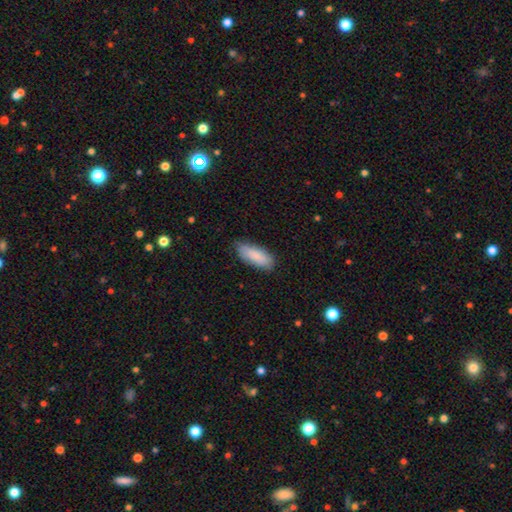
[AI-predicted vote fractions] Smooth or featured? smooth (86%)
How rounded? in between (79%)
Merging? none (80%)